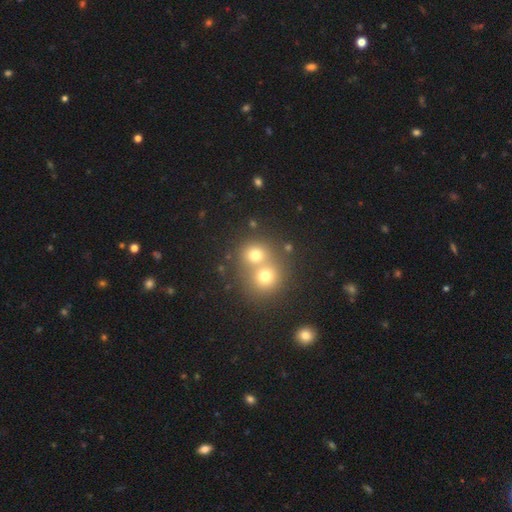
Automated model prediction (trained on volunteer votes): smooth-or-featured: smooth: 56% | star or artifact: 30% | featured or disk: 15%
  how-rounded: round: 85% | in between: 14% | cigar-shaped: 1%
  merging: merger: 47% | none: 44% | minor disturbance: 6% | major disturbance: 3%